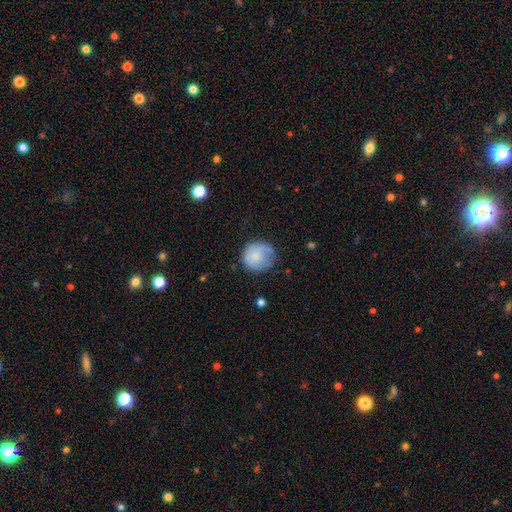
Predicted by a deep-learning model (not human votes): smooth 73%, featured or disk 20%, star or artifact 7%. Down the decision tree: how rounded — round (90%); merging — none (64%).